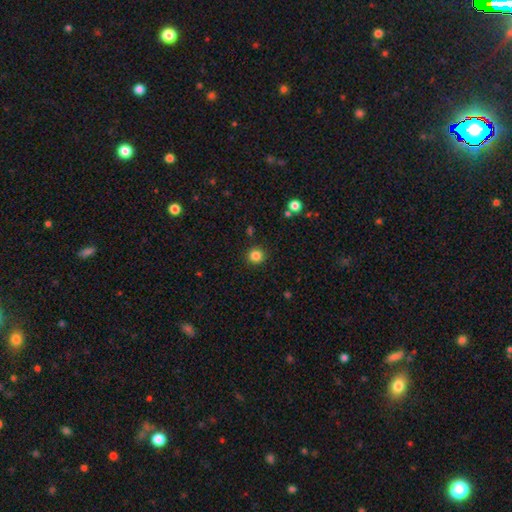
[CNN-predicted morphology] This is clearly a smooth galaxy (84%). How rounded: clearly round (93%). Merging: clearly none (91%).